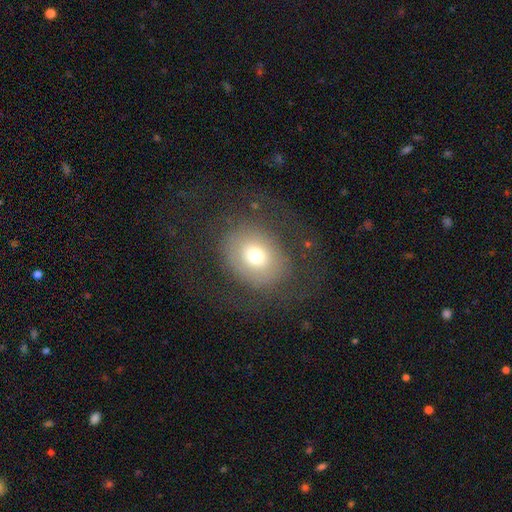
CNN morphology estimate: This is likely a smooth galaxy (63%). How rounded: likely round (62%). Merging: possibly none (59%).